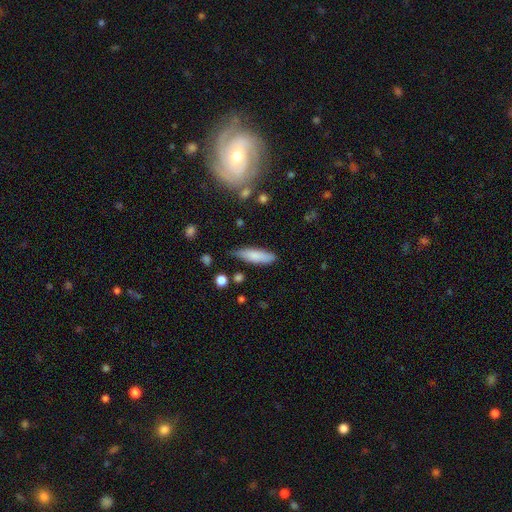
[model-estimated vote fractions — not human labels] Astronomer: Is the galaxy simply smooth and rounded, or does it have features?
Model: smooth — 80%.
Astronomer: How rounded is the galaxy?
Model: cigar-shaped — 57% (runner-up: in between, 41%).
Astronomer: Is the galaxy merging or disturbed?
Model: none — 69%.